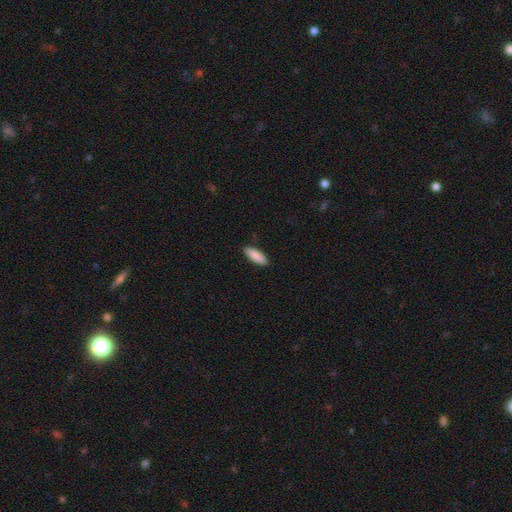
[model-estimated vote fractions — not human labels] This appears to be a smooth galaxy with no disk features (88%) that is in between round and cigar-shaped (60%). Merging: none (89%).